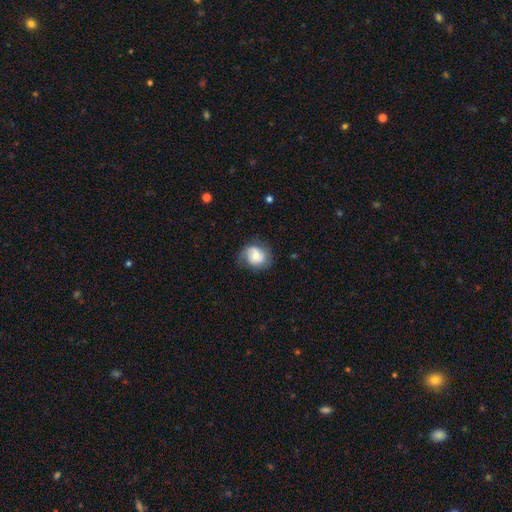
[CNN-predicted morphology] Smooth or featured? Predicted: smooth (p=0.49). Merging? Predicted: none (p=0.67).